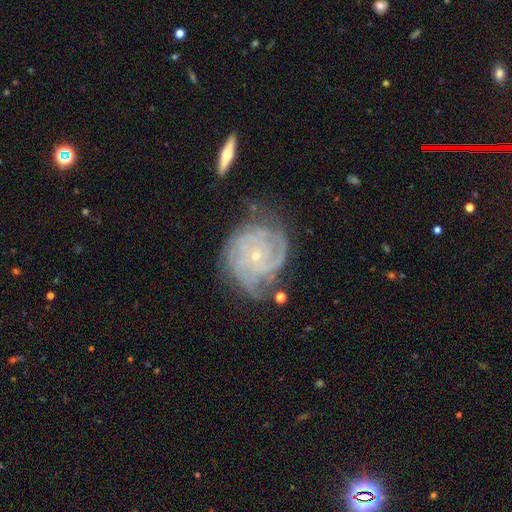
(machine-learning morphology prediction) smooth-or-featured: featured or disk: 87% | star or artifact: 6% | smooth: 6%
  disk-edge-on: no: 97% | yes: 3%
    bar: no: 79% | weak: 16% | strong: 4%
    has-spiral-arms: yes: 97% | no: 3%
      spiral-winding: tight: 75% | medium: 21% | loose: 4%
      spiral-arm-count: 4: 27% | 3: 24% | can't tell: 22% | 2: 12% | more than 4: 9% | 1: 6%
    bulge-size: small: 85% | moderate: 11% | none: 2% | large: 1% | dominant: 1%
  merging: none: 60% | minor disturbance: 25% | major disturbance: 11% | merger: 4%